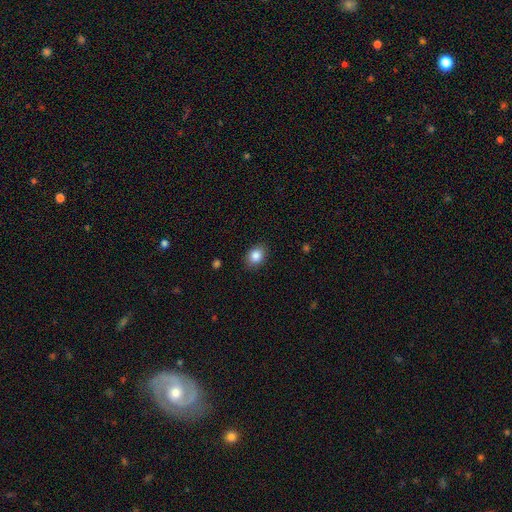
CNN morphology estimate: A smooth galaxy with no disk features (86%) that is in between round and cigar-shaped (62%).

Vote fractions:
- Smooth or featured? smooth: 86% / star or artifact: 9% / featured or disk: 5%
- How rounded? in between: 62% / round: 37% / cigar-shaped: 1%
- Merging? none: 87% / minor disturbance: 9% / major disturbance: 3% / merger: 1%